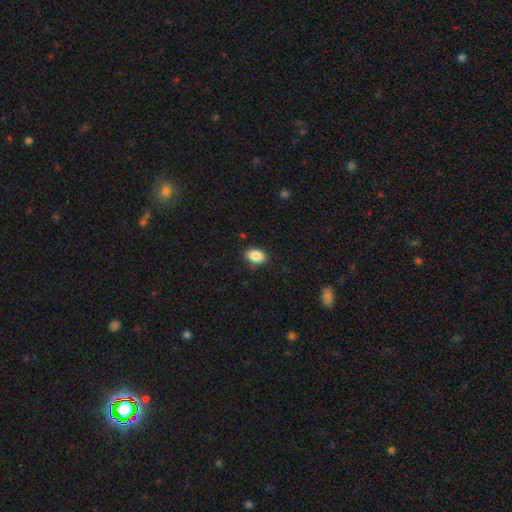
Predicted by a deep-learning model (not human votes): A smooth galaxy with no disk features (88%) that is in between round and cigar-shaped (87%). Merging: none (85%).